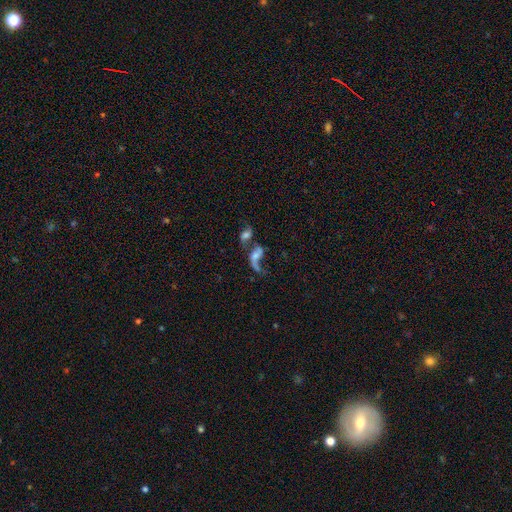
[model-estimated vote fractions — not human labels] Smooth or featured? Predicted: featured or disk (p=0.57). Edge-on disk? Predicted: no (p=0.93). Bar? Predicted: no (p=0.63). Spiral arms? Predicted: yes (p=0.68). Bulge size? Predicted: moderate (p=0.34). Merging? Predicted: merger (p=0.62).